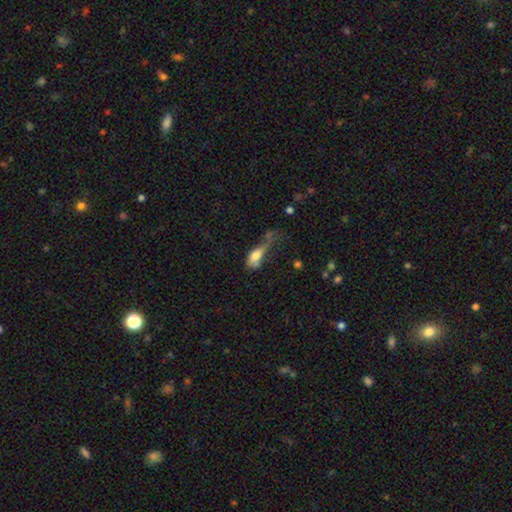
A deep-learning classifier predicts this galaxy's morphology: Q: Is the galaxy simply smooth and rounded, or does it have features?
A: smooth — 70%.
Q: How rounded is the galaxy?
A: in between — 77%.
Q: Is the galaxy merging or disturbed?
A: major disturbance — 41%.